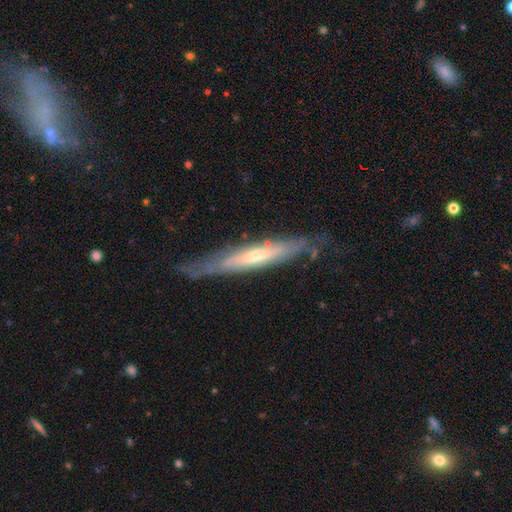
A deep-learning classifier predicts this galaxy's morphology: featured or disk 72%, smooth 22%, star or artifact 6%. Down the decision tree: edge-on disk — yes (74%); edge-on bulge — rounded (58%); merging — none (72%).